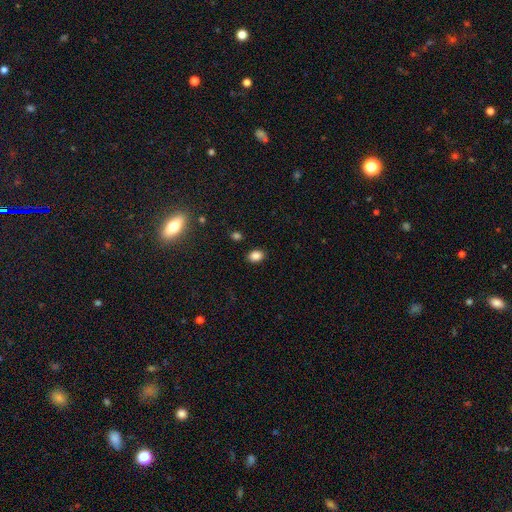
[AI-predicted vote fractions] Overall: smooth (85%). How rounded: in between (66%; round 33%). Merging: none (88%).